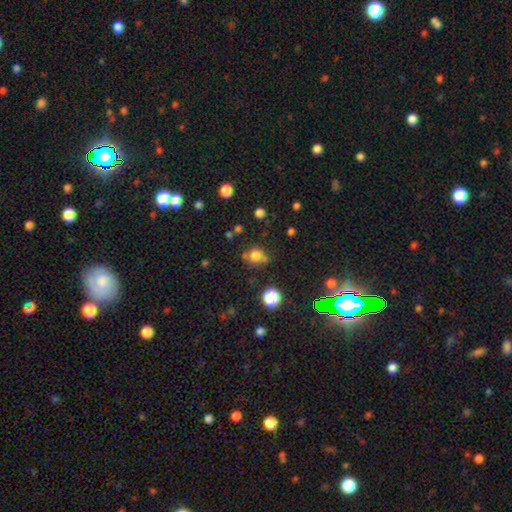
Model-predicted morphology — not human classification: This is likely a smooth galaxy (74%). How rounded: clearly round (85%). Merging: likely none (63%).